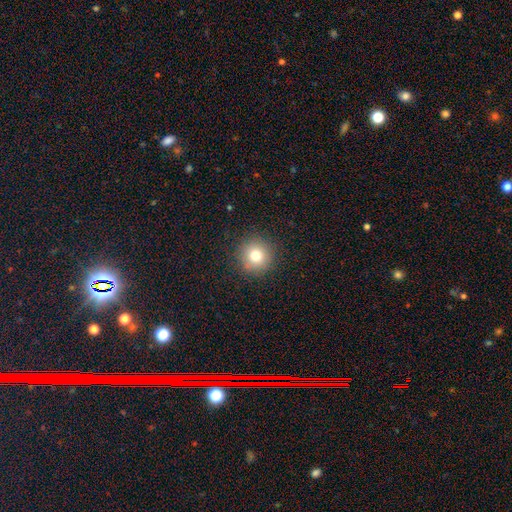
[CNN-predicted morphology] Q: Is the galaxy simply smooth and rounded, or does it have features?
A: smooth — 77%.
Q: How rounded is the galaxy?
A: round — 95%.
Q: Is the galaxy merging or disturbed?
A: none — 91%.